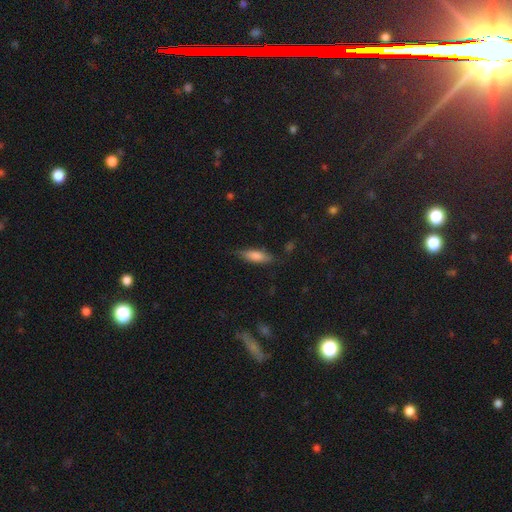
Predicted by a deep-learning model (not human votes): Smooth or featured? Predicted: smooth (p=0.79). How rounded? Predicted: in between (p=0.57). Merging? Predicted: none (p=0.77).